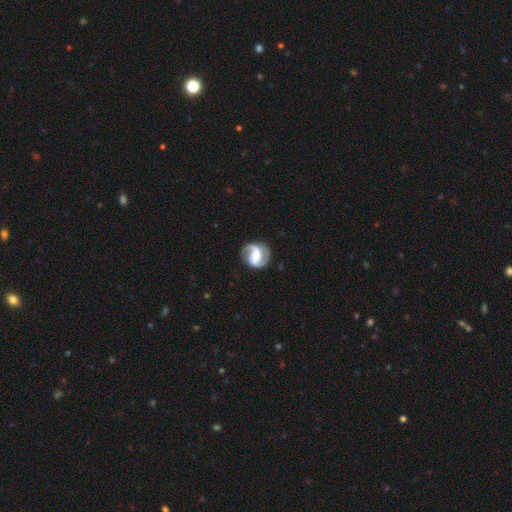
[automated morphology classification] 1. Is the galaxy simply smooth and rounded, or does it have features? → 86% featured or disk, 10% smooth, 5% star or artifact.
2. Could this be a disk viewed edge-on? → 98% no, 2% yes.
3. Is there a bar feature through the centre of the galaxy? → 41% weak, 35% strong, 24% no.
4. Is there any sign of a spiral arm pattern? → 96% yes, 4% no.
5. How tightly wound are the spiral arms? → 50% medium, 26% tight, 24% loose.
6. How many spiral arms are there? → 90% 2, 4% 1, 3% can't tell, 1% 3, 1% 4, 1% more than 4.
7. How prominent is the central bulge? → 57% moderate, 27% small, 12% large, 3% none, 2% dominant.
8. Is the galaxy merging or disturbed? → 81% none, 12% minor disturbance, 5% major disturbance, 1% merger.